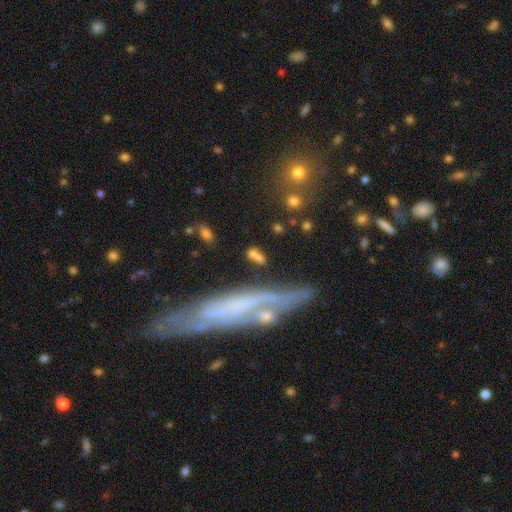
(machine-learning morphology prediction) A smooth galaxy with no disk features (67%) that is in between round and cigar-shaped (60%). Merging: none (62%).